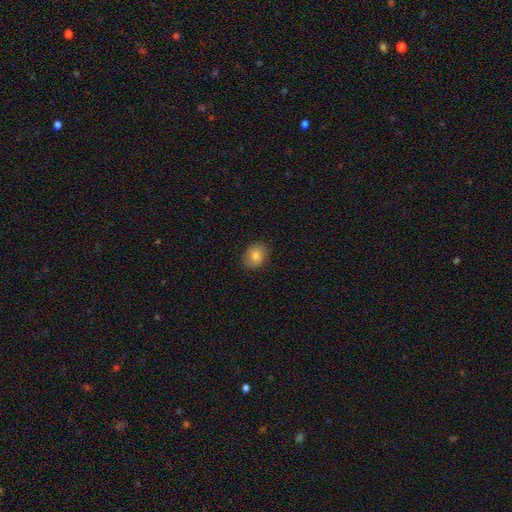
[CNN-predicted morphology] type=smooth (79%); roundness=round (53%); merging=none (85%).